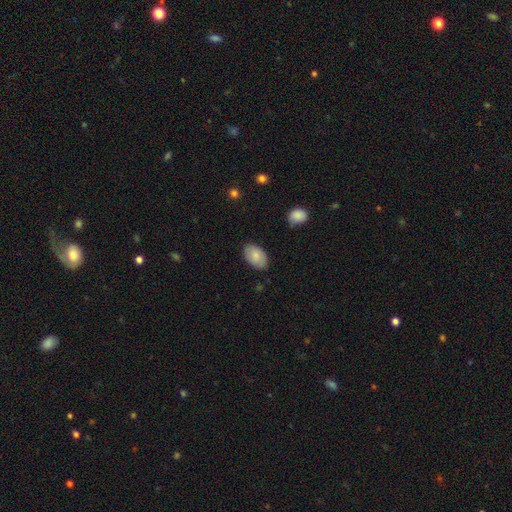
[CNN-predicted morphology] A smooth galaxy with no disk features (84%) that is in between round and cigar-shaped (92%).

Vote fractions:
- Smooth or featured? smooth: 84% / featured or disk: 10% / star or artifact: 6%
- How rounded? in between: 92% / round: 7% / cigar-shaped: 1%
- Merging? none: 83% / minor disturbance: 13% / major disturbance: 2% / merger: 1%